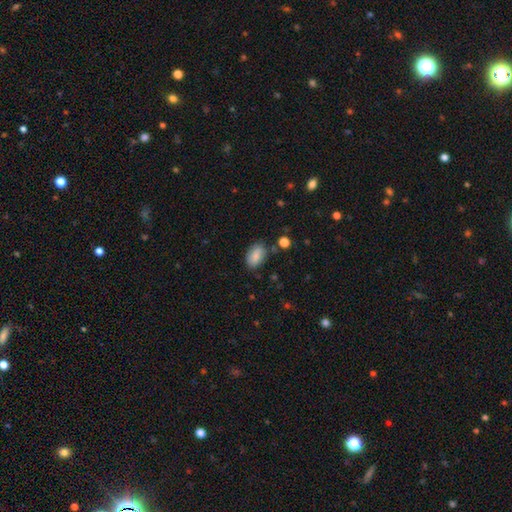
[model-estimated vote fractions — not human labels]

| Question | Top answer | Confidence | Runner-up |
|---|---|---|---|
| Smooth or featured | smooth | 84% | featured or disk (9%) |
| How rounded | in between | 90% | round (8%) |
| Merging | none | 78% | minor disturbance (16%) |